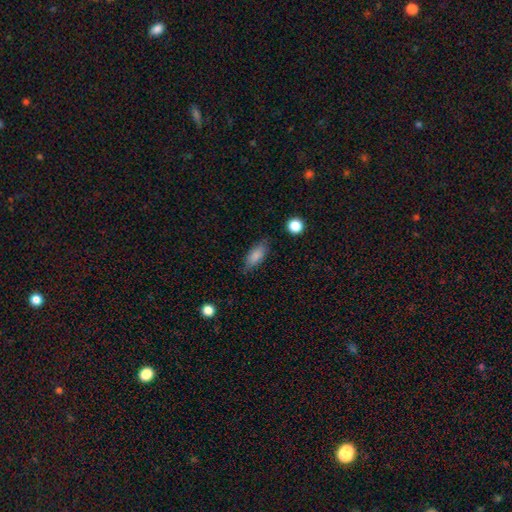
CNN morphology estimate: Smooth or featured: smooth — 83% (featured or disk — 9%)
How rounded: in between — 77% (cigar-shaped — 20%)
Merging: none — 77% (minor disturbance — 17%)